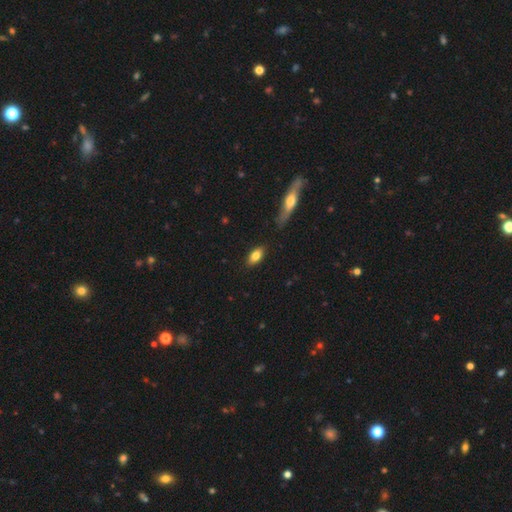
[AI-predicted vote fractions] This is likely a smooth galaxy (77%). How rounded: clearly in between (84%). Merging: clearly none (86%).